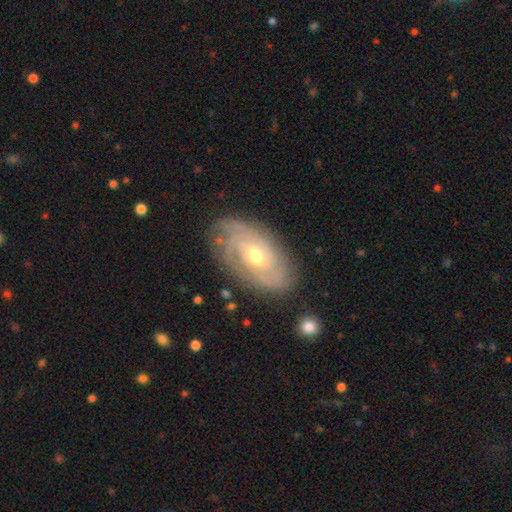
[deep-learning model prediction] smooth-or-featured: featured or disk: 86% | smooth: 9% | star or artifact: 5%
  disk-edge-on: no: 95% | yes: 5%
    bar: no: 50% | weak: 40% | strong: 10%
    has-spiral-arms: yes: 96% | no: 4%
      spiral-winding: tight: 75% | medium: 20% | loose: 4%
      spiral-arm-count: can't tell: 29% | 3: 25% | 2: 21% | 4: 14% | more than 4: 6% | 1: 5%
    bulge-size: moderate: 59% | small: 37% | large: 3% | none: 1% | dominant: 1%
  merging: none: 80% | minor disturbance: 15% | major disturbance: 4% | merger: 1%